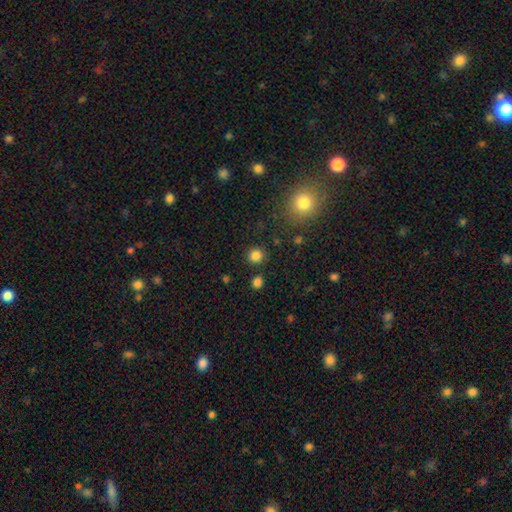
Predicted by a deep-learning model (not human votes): smooth_or_featured: smooth (p=0.83) [alt: star or artifact p=0.13]
how_rounded: round (p=0.93) [alt: in between p=0.06]
merging: none (p=0.88) [alt: minor disturbance p=0.06]